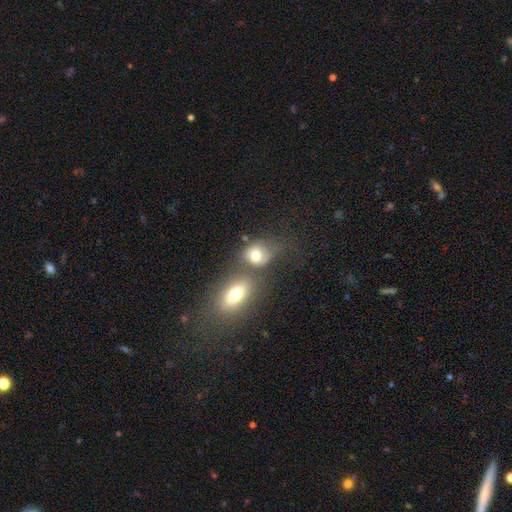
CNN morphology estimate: Smooth or featured?
  - smooth: 72% *
  - featured or disk: 17%
  - star or artifact: 11%
How rounded?
  - round: 54% *
  - in between: 45%
  - cigar-shaped: 2%
Merging?
  - merger: 39% *
  - none: 38%
  - minor disturbance: 13%
  - major disturbance: 10%